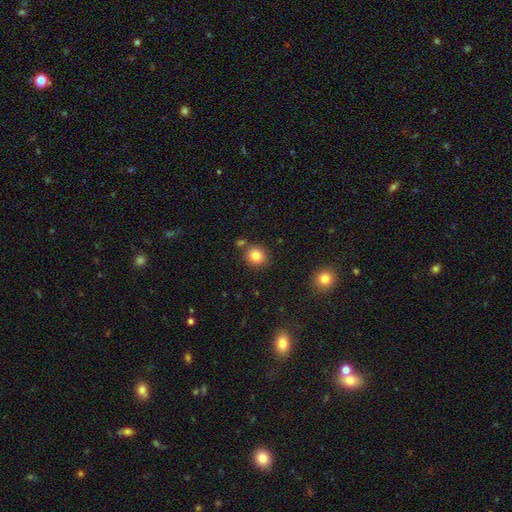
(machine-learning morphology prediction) smooth_or_featured: smooth (p=0.85) [alt: star or artifact p=0.10]
how_rounded: round (p=0.84) [alt: in between p=0.15]
merging: none (p=0.79) [alt: minor disturbance p=0.09]